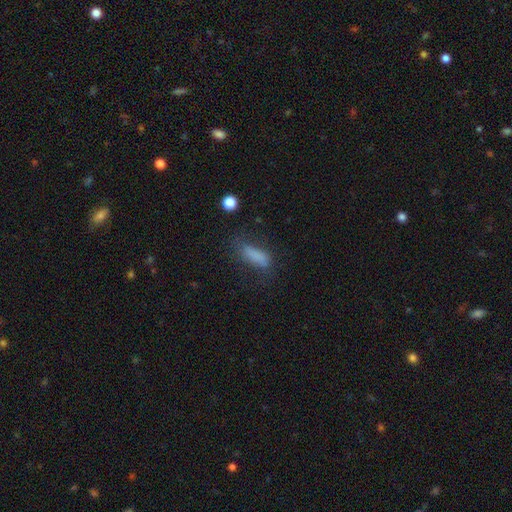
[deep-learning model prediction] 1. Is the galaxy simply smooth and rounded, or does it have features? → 77% smooth, 12% star or artifact, 11% featured or disk.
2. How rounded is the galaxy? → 55% in between, 41% cigar-shaped, 3% round.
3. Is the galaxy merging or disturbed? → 56% none, 25% minor disturbance, 16% major disturbance, 3% merger.